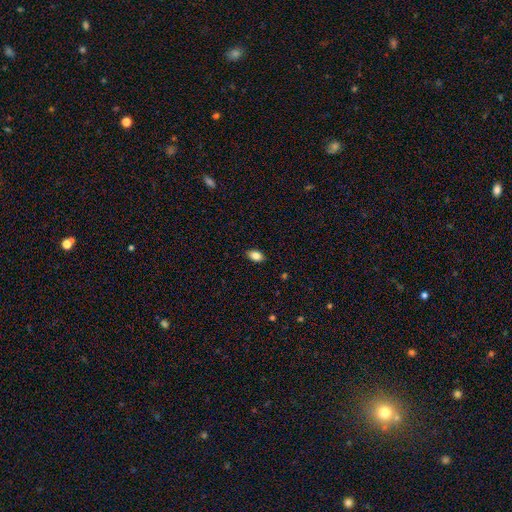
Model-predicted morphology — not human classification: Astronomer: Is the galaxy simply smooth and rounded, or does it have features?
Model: smooth — 85%.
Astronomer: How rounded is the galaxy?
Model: in between — 89%.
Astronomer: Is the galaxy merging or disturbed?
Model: none — 88%.